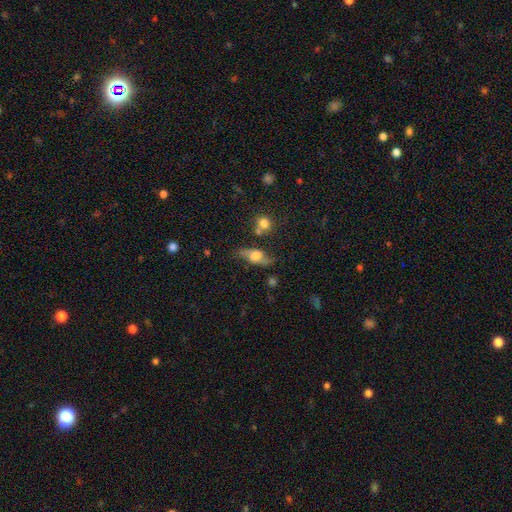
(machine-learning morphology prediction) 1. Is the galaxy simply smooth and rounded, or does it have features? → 56% featured or disk, 35% smooth, 9% star or artifact.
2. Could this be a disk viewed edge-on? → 65% no, 35% yes.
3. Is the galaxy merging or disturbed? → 66% none, 20% minor disturbance, 8% major disturbance, 6% merger.